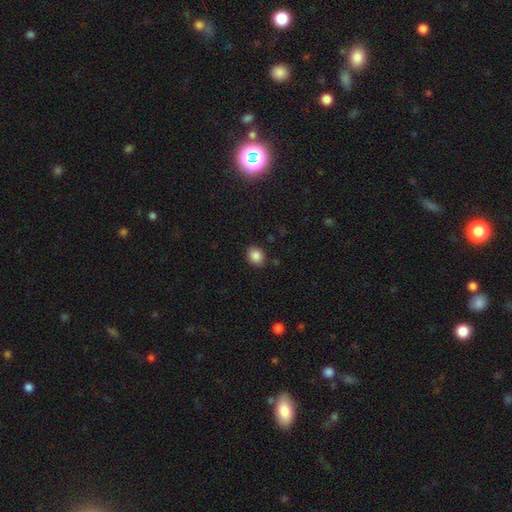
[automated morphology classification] smooth-or-featured: smooth: 86% | star or artifact: 9% | featured or disk: 4%
  how-rounded: round: 57% | in between: 42% | cigar-shaped: 1%
  merging: none: 87% | minor disturbance: 9% | major disturbance: 2% | merger: 2%